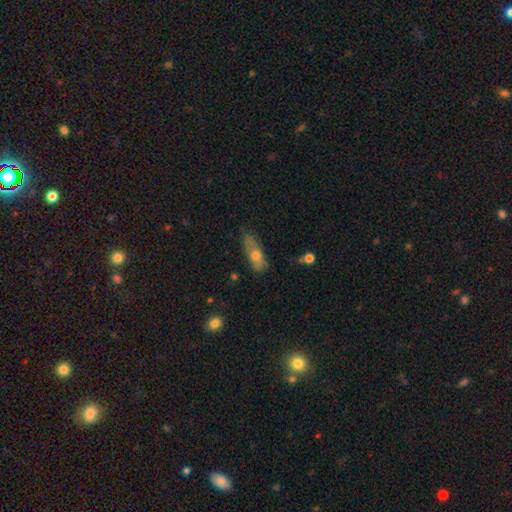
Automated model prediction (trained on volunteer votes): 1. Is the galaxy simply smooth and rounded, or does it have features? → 61% smooth, 31% featured or disk, 8% star or artifact.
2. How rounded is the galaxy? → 55% in between, 41% cigar-shaped, 4% round.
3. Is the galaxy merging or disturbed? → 60% none, 28% minor disturbance, 8% major disturbance, 3% merger.